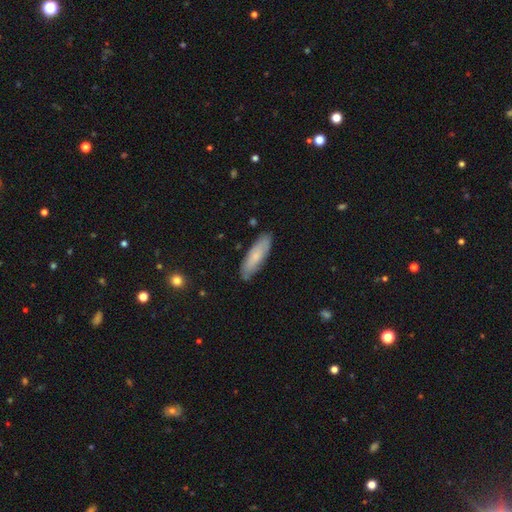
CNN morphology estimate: Smooth or featured? smooth (67%)
How rounded? cigar-shaped (53%)
Merging? none (84%)